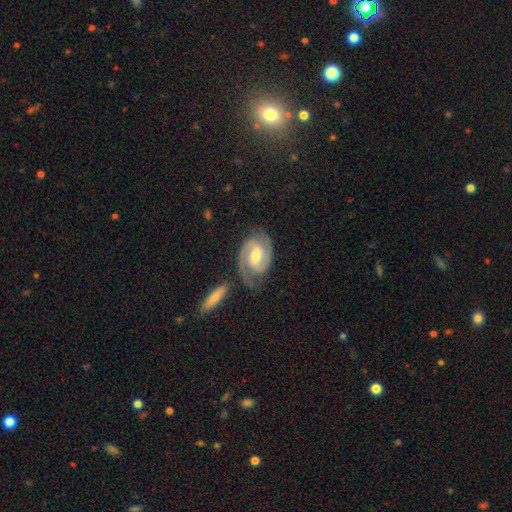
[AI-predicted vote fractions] The model was most divided on "spiral winding": tight: 51%, medium: 42%, loose: 7%. More confident: spiral arms — yes (98%); edge-on disk — no (97%); spiral arm count — 2 (91%); smooth or featured — featured or disk (87%); merging — none (73%); bulge size — moderate (63%); bar — weak (50%).